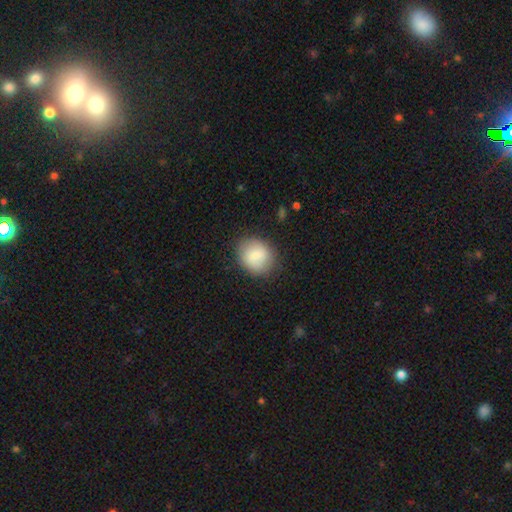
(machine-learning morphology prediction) Overall: smooth (76%). How rounded: round (65%; in between 34%). Merging: none (81%).